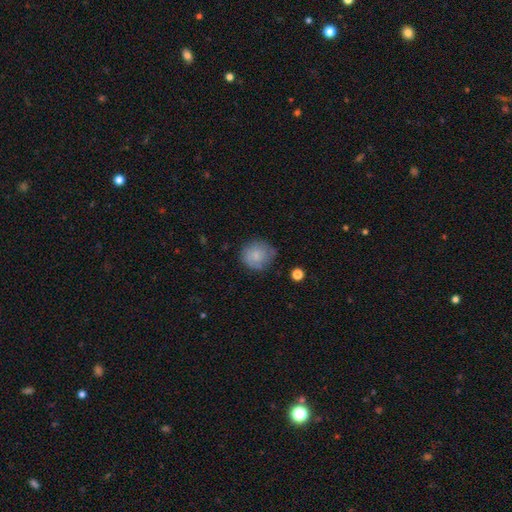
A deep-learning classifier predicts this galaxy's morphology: A smooth galaxy with no disk features (77%) that is round (88%). Merging: none (67%).